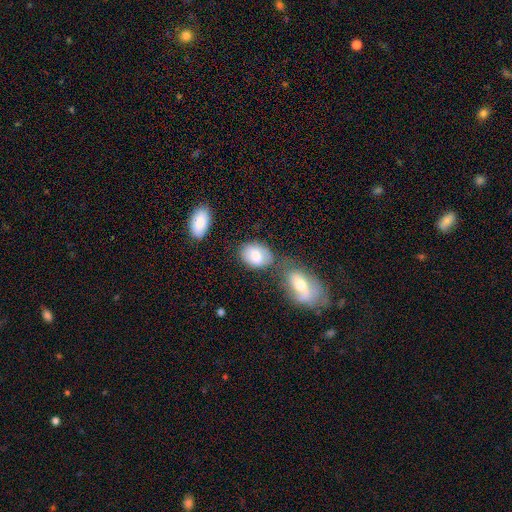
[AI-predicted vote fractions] Smooth or featured? smooth (77%)
How rounded? in between (80%)
Merging? none (54%)